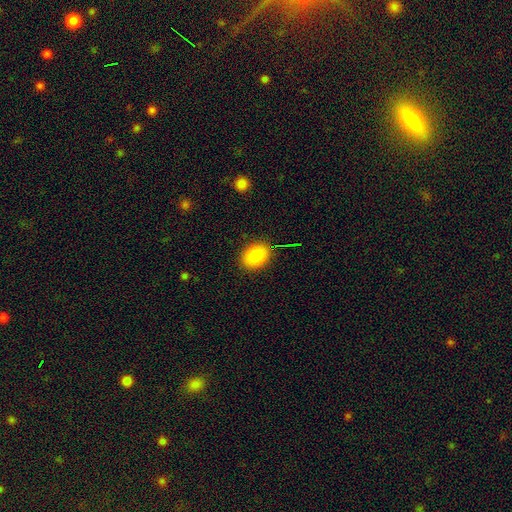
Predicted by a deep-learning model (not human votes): Overall: smooth (85%). How rounded: in between (62%; round 37%). Merging: none (88%).